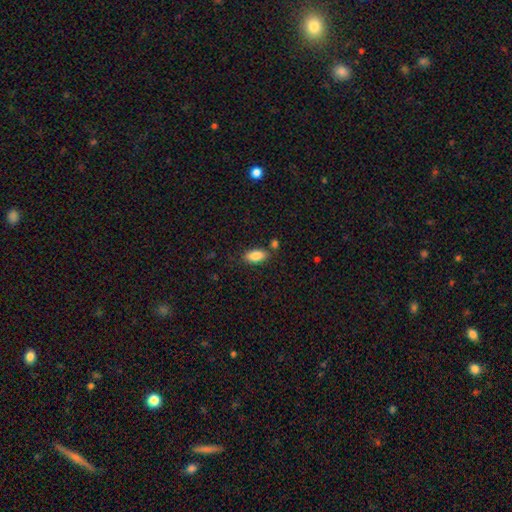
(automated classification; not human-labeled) Q: Smooth or featured?
A: smooth (86%); runner-up: star or artifact (7%)
Q: How rounded?
A: in between (89%); runner-up: cigar-shaped (8%)
Q: Merging?
A: none (77%); runner-up: minor disturbance (12%)